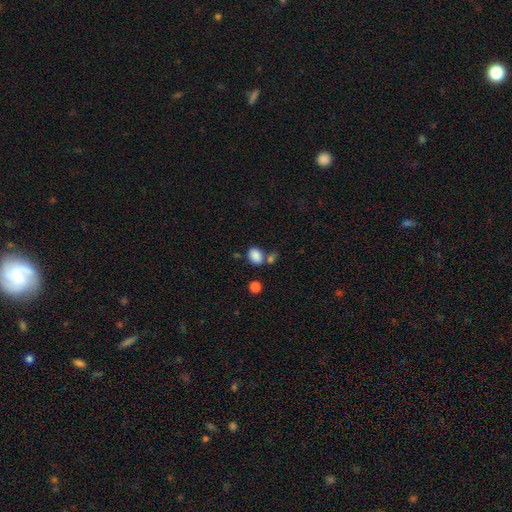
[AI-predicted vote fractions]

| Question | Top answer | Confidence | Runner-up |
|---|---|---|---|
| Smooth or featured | smooth | 85% | star or artifact (10%) |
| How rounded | in between | 69% | round (30%) |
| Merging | none | 58% | merger (21%) |